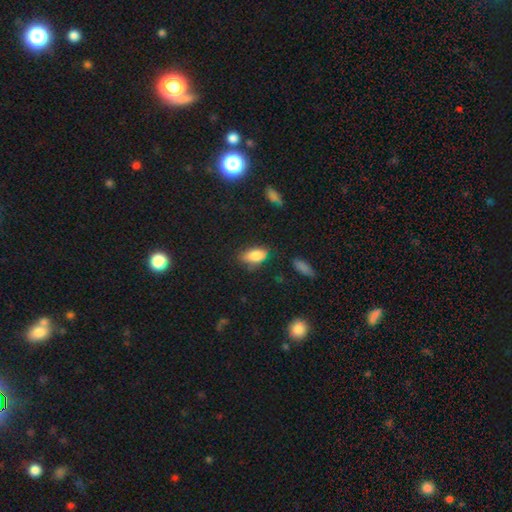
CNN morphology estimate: A smooth galaxy with no disk features (83%) that is in between round and cigar-shaped (90%).

Vote fractions:
- Smooth or featured? smooth: 83% / star or artifact: 9% / featured or disk: 9%
- How rounded? in between: 90% / cigar-shaped: 6% / round: 4%
- Merging? none: 67% / minor disturbance: 24% / major disturbance: 6% / merger: 3%